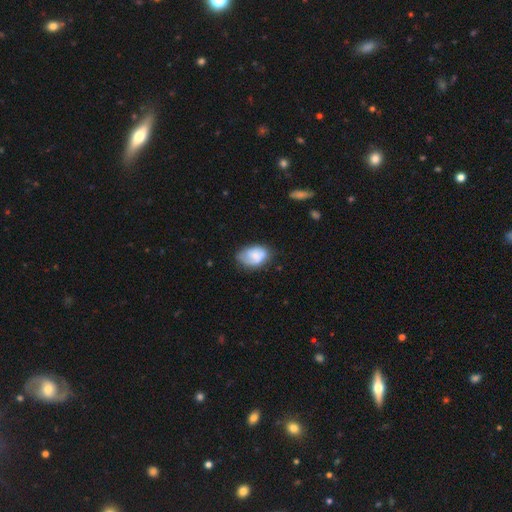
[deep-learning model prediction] smooth 64%, featured or disk 29%, star or artifact 7%. Down the decision tree: how rounded — in between (83%); merging — none (59%).